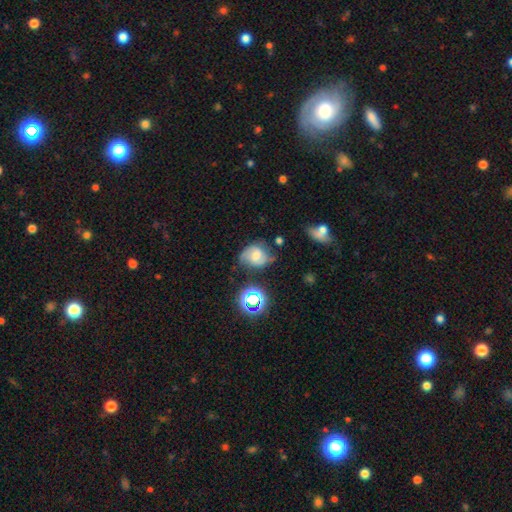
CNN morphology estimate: Smooth or featured?
  - featured or disk: 46% *
  - smooth: 39%
  - star or artifact: 15%
Merging?
  - none: 52% *
  - minor disturbance: 30%
  - major disturbance: 13%
  - merger: 5%